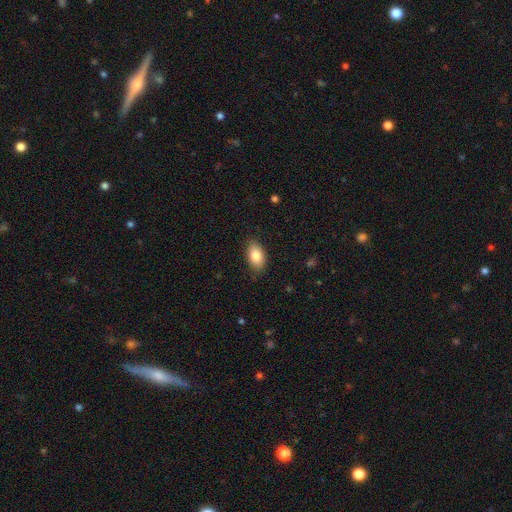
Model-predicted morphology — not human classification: Smooth or featured? smooth (85%)
How rounded? in between (92%)
Merging? none (82%)